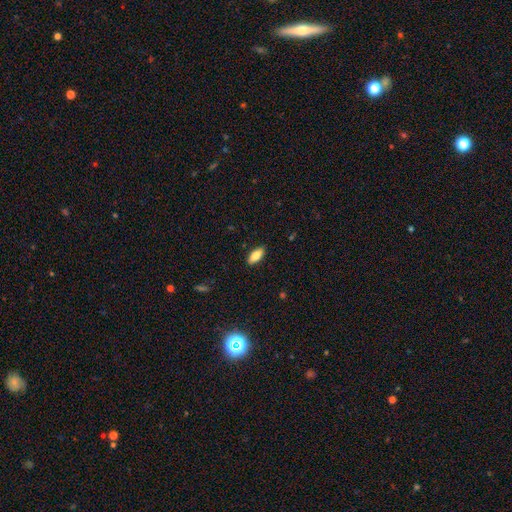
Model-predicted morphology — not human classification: type=smooth (80%); roundness=in between (86%); merging=none (88%).